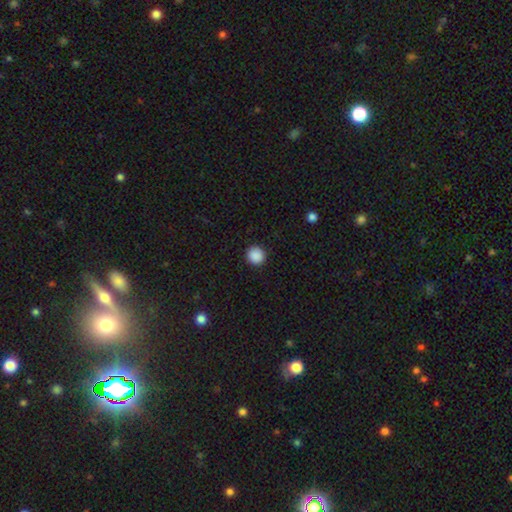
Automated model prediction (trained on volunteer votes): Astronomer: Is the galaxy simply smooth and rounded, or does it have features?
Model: smooth — 89%.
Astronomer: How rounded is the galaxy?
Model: round — 94%.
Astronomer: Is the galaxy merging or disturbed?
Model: none — 92%.